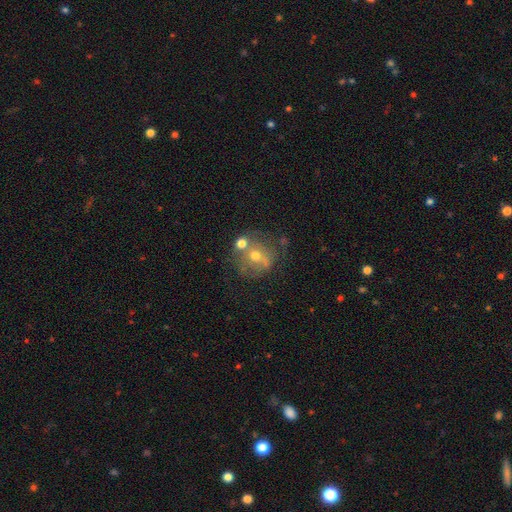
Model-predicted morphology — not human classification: The model was most divided on "smooth or featured": smooth: 44%, featured or disk: 42%, star or artifact: 14%. Remaining: merging — none (48%).